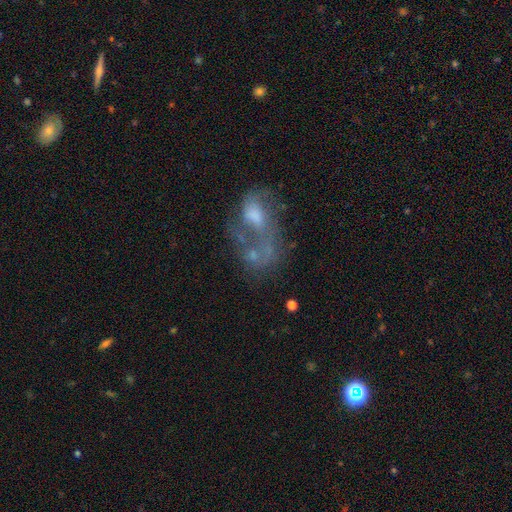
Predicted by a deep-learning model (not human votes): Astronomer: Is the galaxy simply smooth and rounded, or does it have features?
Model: featured or disk — 62%.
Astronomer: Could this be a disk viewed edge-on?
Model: no — 97%.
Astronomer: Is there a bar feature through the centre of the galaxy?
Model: no — 71%.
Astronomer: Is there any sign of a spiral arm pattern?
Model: yes — 53% (runner-up: no, 47%).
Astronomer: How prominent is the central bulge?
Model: moderate — 45% (runner-up: small, 27%).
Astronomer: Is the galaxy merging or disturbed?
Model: major disturbance — 37% (runner-up: merger, 30%).